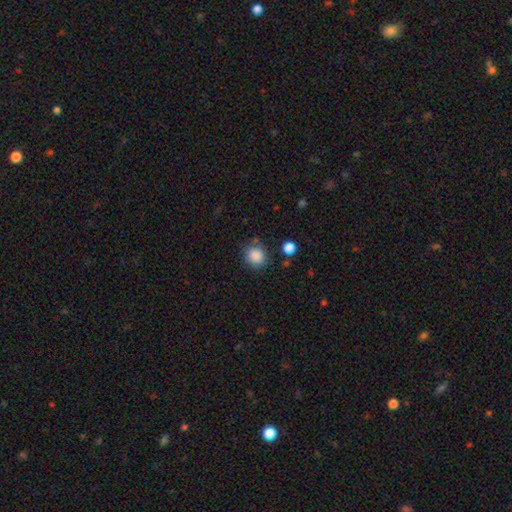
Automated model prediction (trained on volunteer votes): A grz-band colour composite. It shows a smooth galaxy with no disk features (87%) that is round (82%). Merging: none (80%).